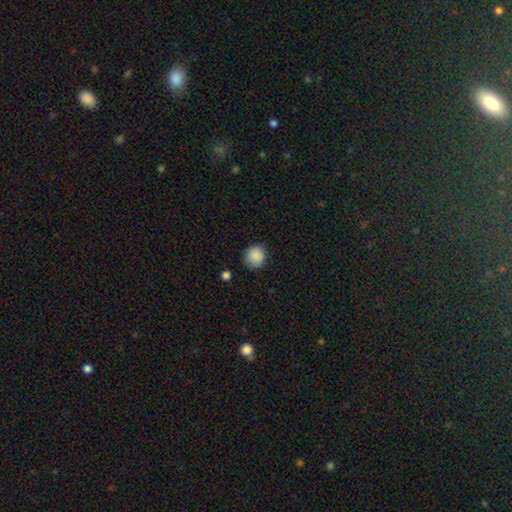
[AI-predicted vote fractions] Q: Smooth or featured?
A: smooth (89%); runner-up: star or artifact (8%)
Q: How rounded?
A: round (85%); runner-up: in between (14%)
Q: Merging?
A: none (84%); runner-up: minor disturbance (12%)